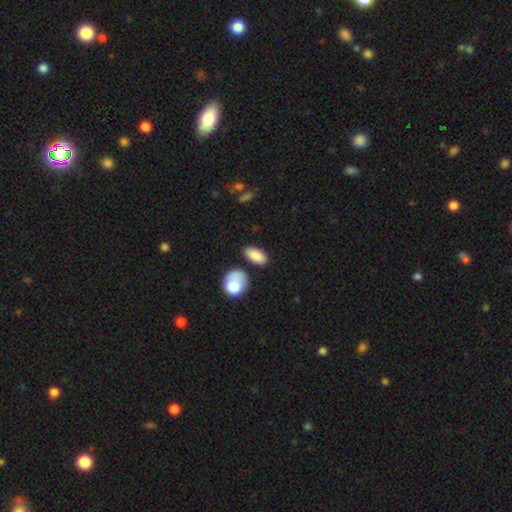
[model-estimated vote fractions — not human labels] Smooth or featured: smooth — 85% (star or artifact — 8%)
How rounded: in between — 87% (round — 7%)
Merging: none — 75% (minor disturbance — 14%)